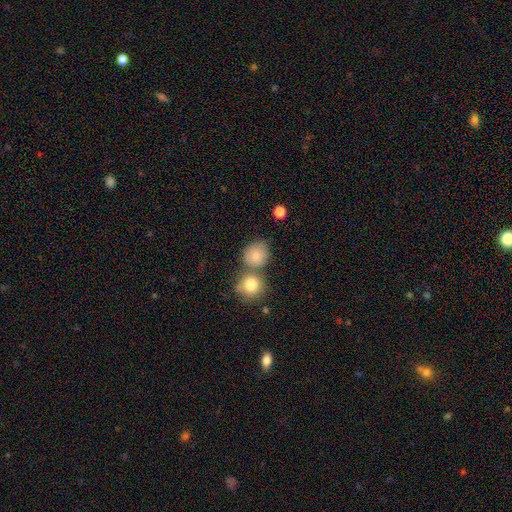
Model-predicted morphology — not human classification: smooth-or-featured: smooth: 81% | star or artifact: 10% | featured or disk: 9%
  how-rounded: round: 77% | in between: 22% | cigar-shaped: 1%
  merging: none: 53% | merger: 29% | minor disturbance: 13% | major disturbance: 5%